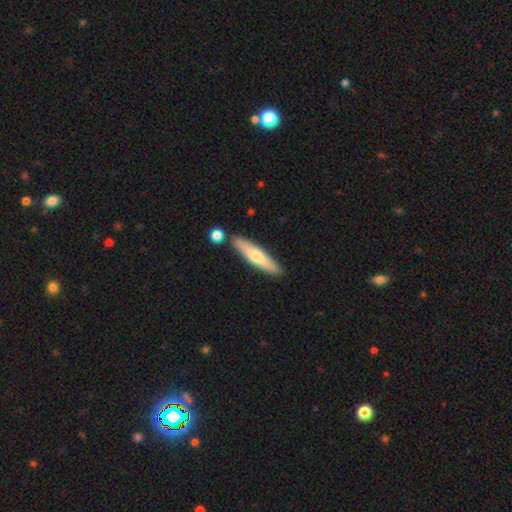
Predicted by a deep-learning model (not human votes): smooth-or-featured: smooth: 56% | featured or disk: 39% | star or artifact: 5%
  how-rounded: cigar-shaped: 82% | in between: 16% | round: 2%
  merging: none: 83% | minor disturbance: 9% | merger: 6% | major disturbance: 2%